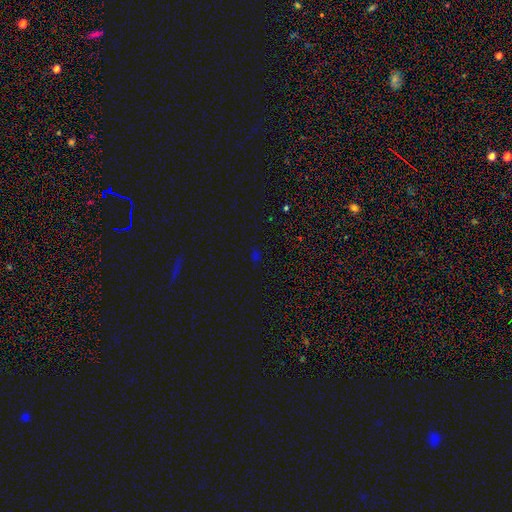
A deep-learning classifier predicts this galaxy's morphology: A star or artifact, not a galaxy (59%).